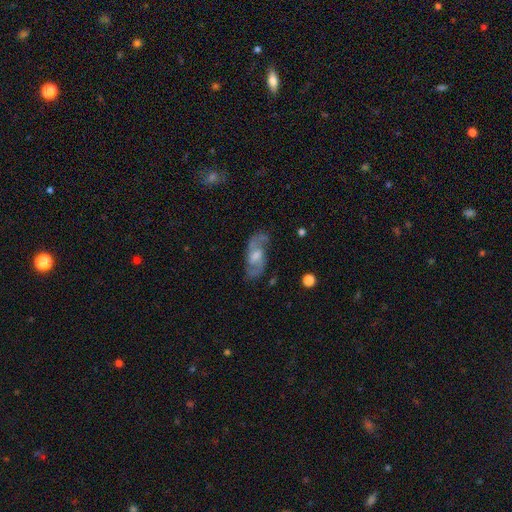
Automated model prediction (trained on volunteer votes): smooth-or-featured: featured or disk: 83% | smooth: 11% | star or artifact: 6%
  disk-edge-on: no: 94% | yes: 6%
    bar: weak: 51% | no: 36% | strong: 12%
    has-spiral-arms: yes: 94% | no: 6%
      spiral-winding: medium: 53% | loose: 29% | tight: 18%
      spiral-arm-count: 2: 90% | can't tell: 5% | 1: 2% | 3: 1% | 4: 1% | more than 4: 1%
    bulge-size: moderate: 48% | small: 26% | large: 13% | none: 11% | dominant: 1%
  merging: none: 77% | minor disturbance: 15% | major disturbance: 6% | merger: 2%